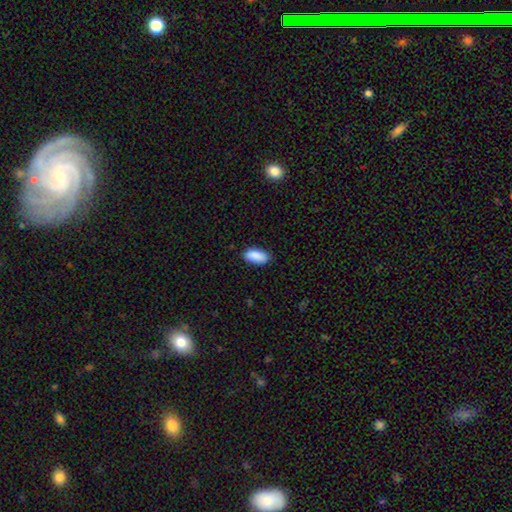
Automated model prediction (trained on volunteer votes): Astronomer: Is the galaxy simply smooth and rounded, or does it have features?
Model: smooth — 90%.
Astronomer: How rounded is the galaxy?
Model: in between — 87%.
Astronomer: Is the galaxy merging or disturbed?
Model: none — 86%.